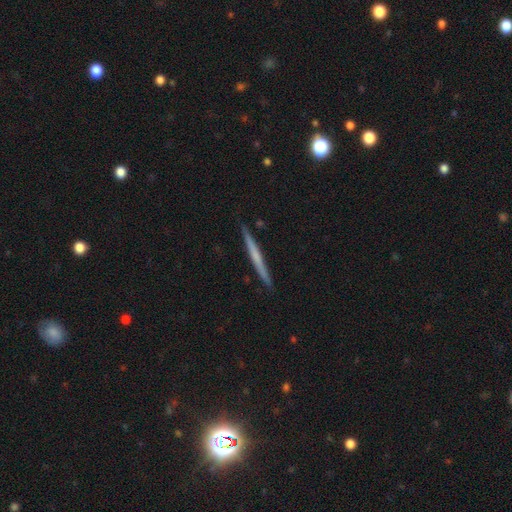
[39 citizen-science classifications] This is likely a featured or disk galaxy (67%). It is clearly viewed edge-on (100%). Edge-on bulge: likely none (69%). Merging: clearly none (92%).